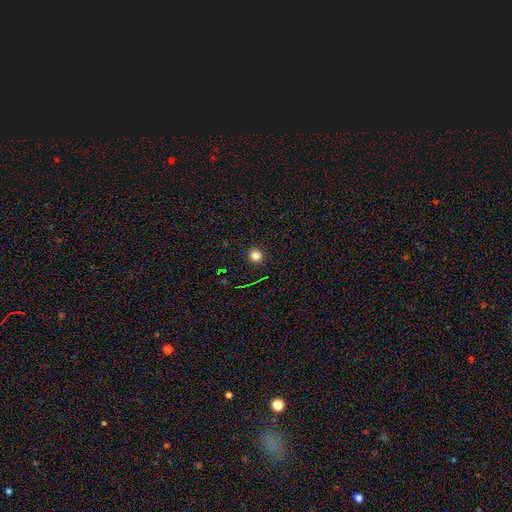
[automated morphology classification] The model was most divided on "smooth or featured": smooth: 80%, star or artifact: 15%, featured or disk: 5%. More confident: merging — none (92%); how rounded — round (90%).